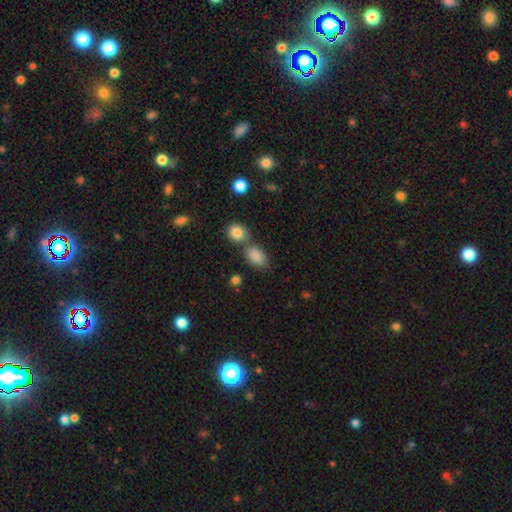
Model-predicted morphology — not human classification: A smooth galaxy with no disk features (86%) that is in between round and cigar-shaped (86%). Merging: none (54%).